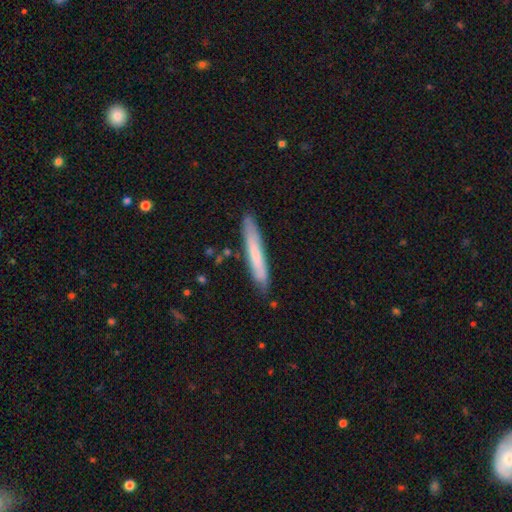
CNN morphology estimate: This appears to be a smooth galaxy with no disk features (66%) that is cigar-shaped (94%). Merging: none (84%).